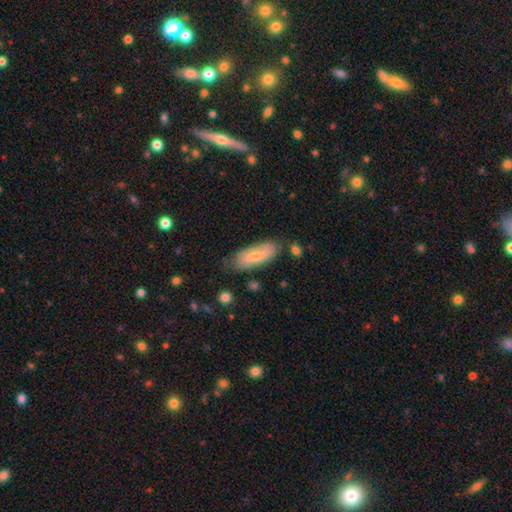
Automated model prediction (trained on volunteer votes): The model was most divided on "smooth or featured": smooth: 61%, featured or disk: 33%, star or artifact: 6%. More confident: how rounded — in between (73%); merging — none (73%).